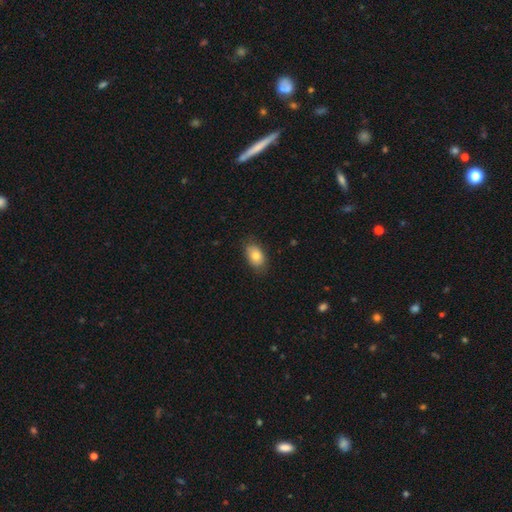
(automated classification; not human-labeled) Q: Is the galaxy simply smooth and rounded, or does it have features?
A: smooth — 80%.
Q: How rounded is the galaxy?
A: in between — 87%.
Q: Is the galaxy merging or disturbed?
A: none — 82%.